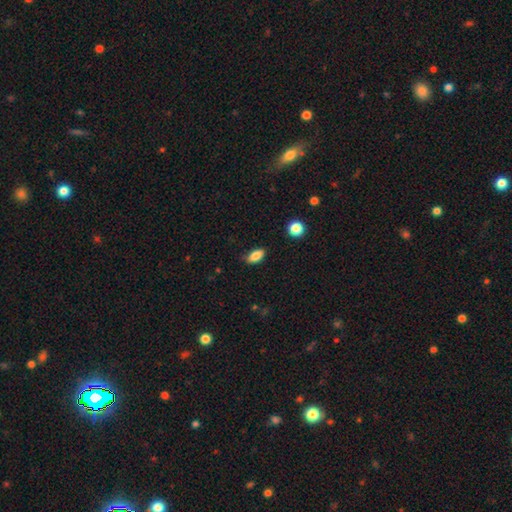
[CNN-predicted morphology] Smooth or featured?
  - smooth: 83% *
  - featured or disk: 8%
  - star or artifact: 8%
How rounded?
  - in between: 87% *
  - cigar-shaped: 9%
  - round: 5%
Merging?
  - none: 79% *
  - minor disturbance: 17%
  - major disturbance: 3%
  - merger: 1%